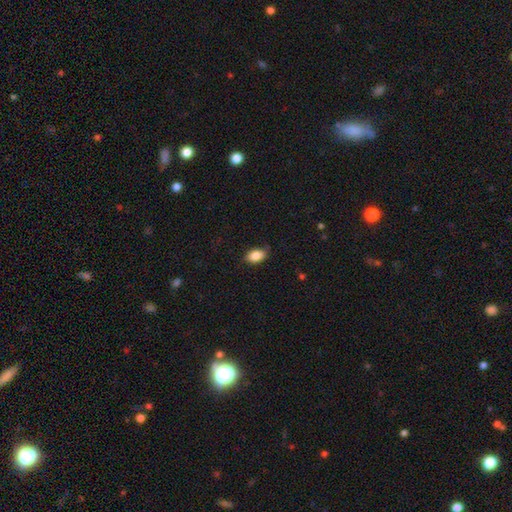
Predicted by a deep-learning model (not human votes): The model was most divided on "merging": none: 84%, minor disturbance: 13%, major disturbance: 2%, merger: 1%. More confident: how rounded — in between (90%); smooth or featured — smooth (86%).